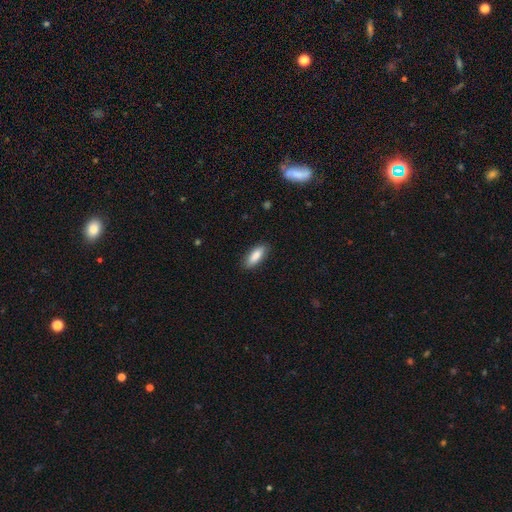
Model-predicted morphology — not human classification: A smooth galaxy with no disk features (85%) that is in between round and cigar-shaped (70%). Merging: none (87%).